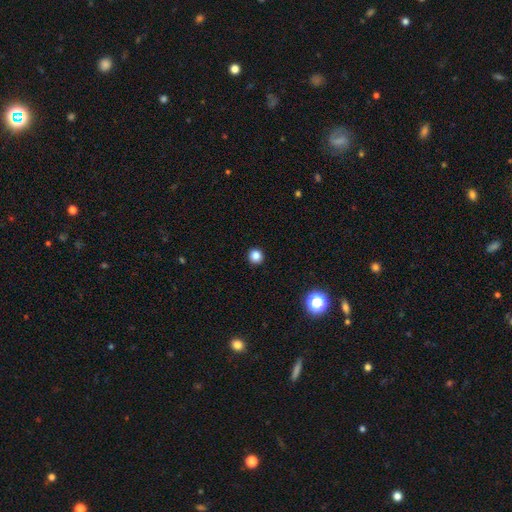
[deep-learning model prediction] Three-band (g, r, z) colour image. It shows a smooth galaxy with no disk features (84%) that is round (95%). Merging: none (94%).